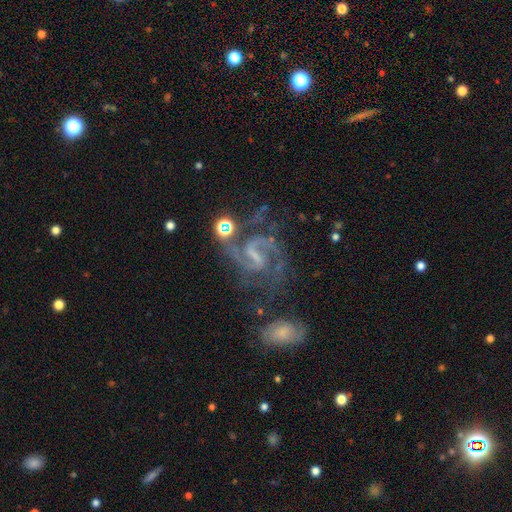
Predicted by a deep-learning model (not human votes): A featured or disk galaxy (89%) with a weak bar (48%), 2 (87%) medium (60%) spiral arms (97%) and a small central bulge (42%).

Vote fractions:
- Smooth or featured? featured or disk: 89% / star or artifact: 7% / smooth: 4%
- Edge-on disk? no: 98% / yes: 2%
- Bar? weak: 48% / strong: 39% / no: 14%
- Spiral arms? yes: 97% / no: 3%
- Spiral winding? medium: 60% / tight: 21% / loose: 19%
- Spiral arm count? 2: 87% / 3: 5% / can't tell: 4% / 1: 2% / 4: 2% / more than 4: 1%
- Bulge size? small: 42% / none: 40% / moderate: 15% / large: 2% / dominant: 1%
- Merging? none: 55% / minor disturbance: 19% / major disturbance: 15% / merger: 11%